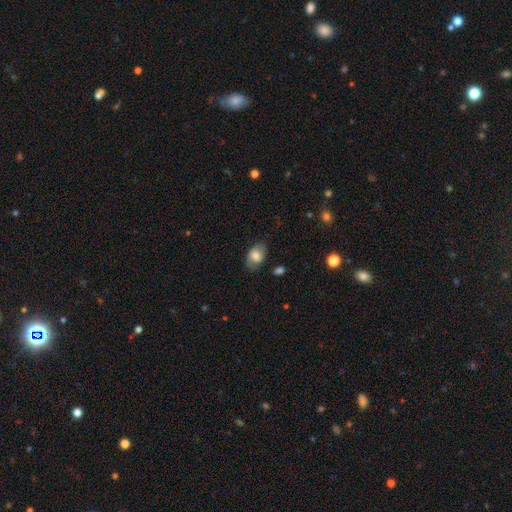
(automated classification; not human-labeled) Smooth or featured: smooth — 73% (featured or disk — 19%)
How rounded: in between — 86% (round — 13%)
Merging: none — 69% (minor disturbance — 22%)